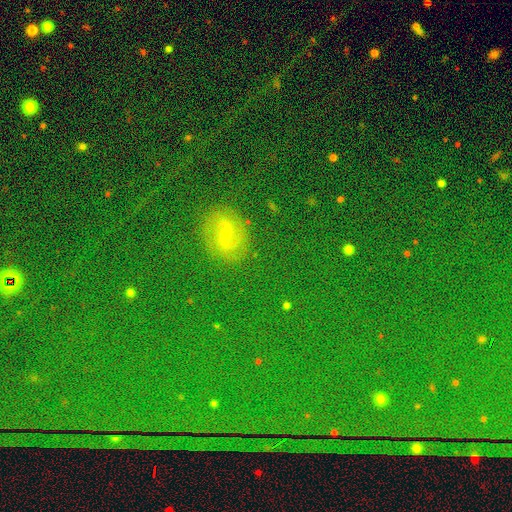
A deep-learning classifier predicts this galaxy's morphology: Q: Smooth or featured?
A: star or artifact (51%); runner-up: smooth (37%)